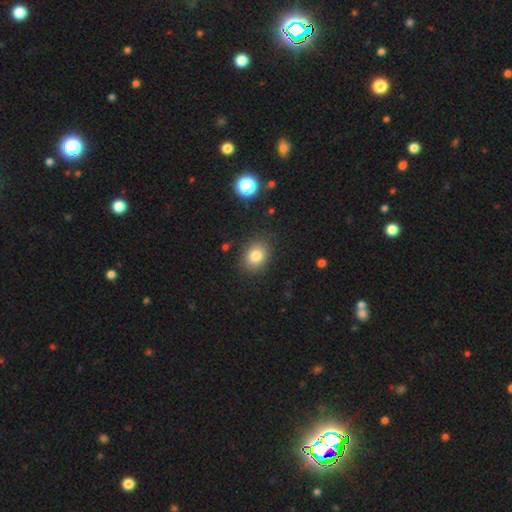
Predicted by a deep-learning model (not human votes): Smooth or featured: smooth — 81% (star or artifact — 11%)
How rounded: round — 55% (in between — 44%)
Merging: none — 86% (minor disturbance — 10%)